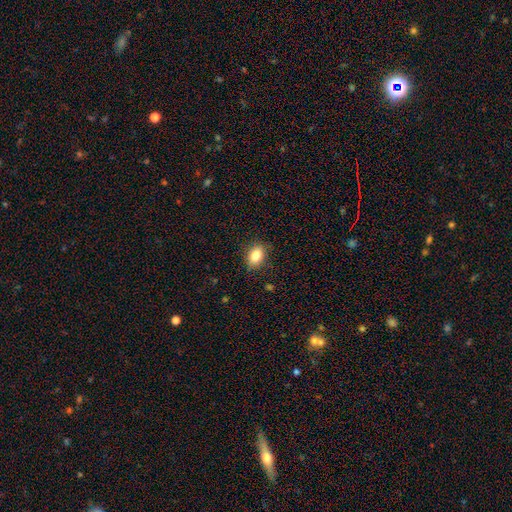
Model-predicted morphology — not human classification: Smooth or featured? Predicted: smooth (p=0.85). How rounded? Predicted: in between (p=0.80). Merging? Predicted: none (p=0.86).